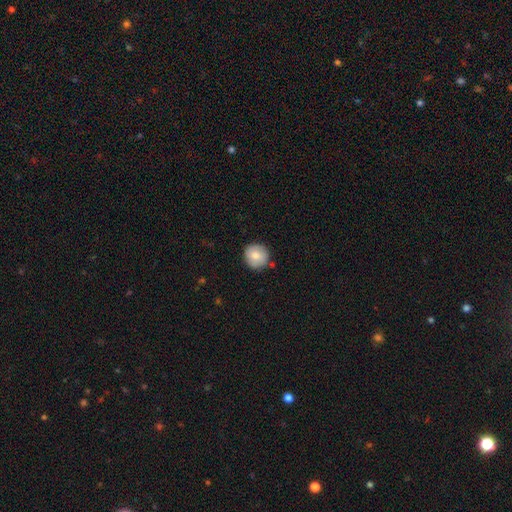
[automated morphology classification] type=smooth (79%); roundness=round (93%); merging=none (84%).